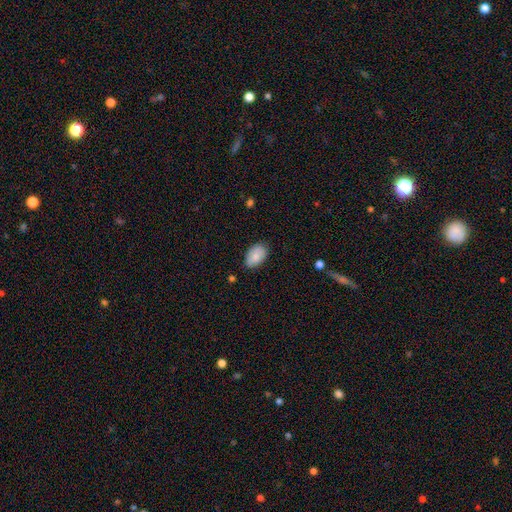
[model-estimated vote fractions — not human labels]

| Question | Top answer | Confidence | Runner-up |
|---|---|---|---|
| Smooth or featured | smooth | 82% | featured or disk (11%) |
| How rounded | in between | 93% | round (6%) |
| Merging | none | 79% | minor disturbance (17%) |